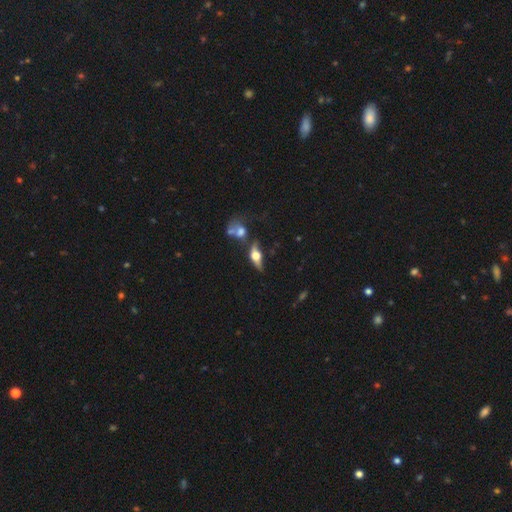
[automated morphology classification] This is likely a featured or disk galaxy (61%). It is clearly viewed edge-on (86%). Edge-on bulge: clearly rounded (95%). Merging: possibly none (51%).